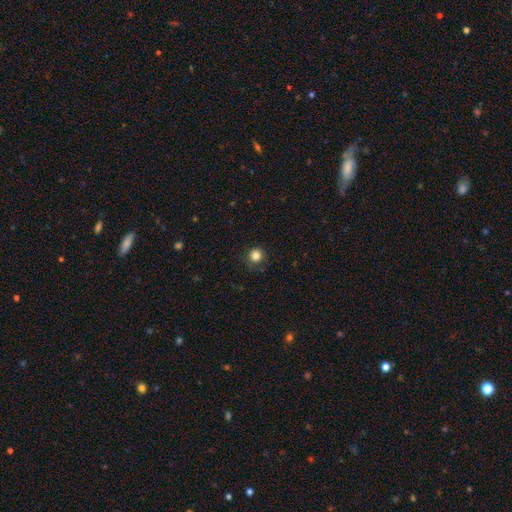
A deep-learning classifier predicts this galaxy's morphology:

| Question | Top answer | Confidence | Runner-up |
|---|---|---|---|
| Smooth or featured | smooth | 83% | star or artifact (12%) |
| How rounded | round | 94% | in between (5%) |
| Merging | none | 83% | minor disturbance (12%) |